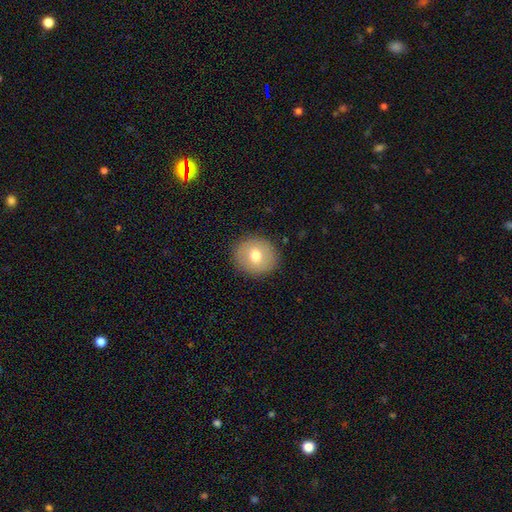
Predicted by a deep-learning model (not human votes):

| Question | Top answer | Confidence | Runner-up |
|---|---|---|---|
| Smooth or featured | smooth | 72% | featured or disk (19%) |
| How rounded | round | 80% | in between (19%) |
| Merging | none | 89% | minor disturbance (8%) |